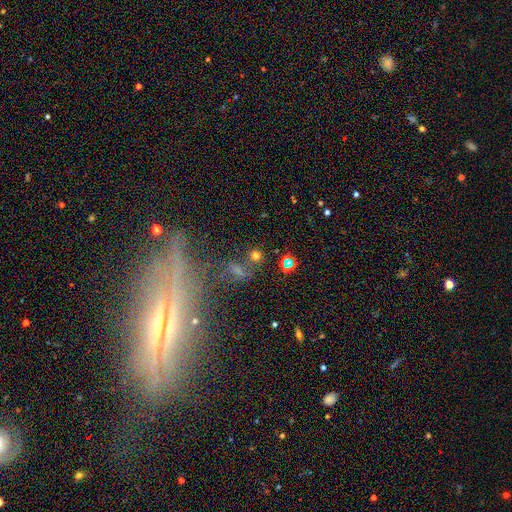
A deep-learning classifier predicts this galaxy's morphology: This appears to be a smooth galaxy with no disk features (57%) that is round (84%). Merging: none (65%).